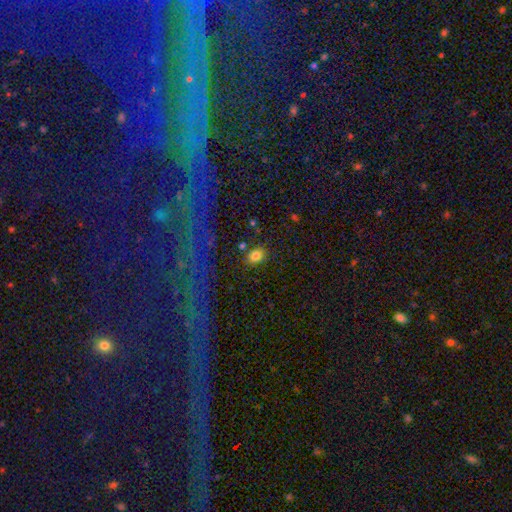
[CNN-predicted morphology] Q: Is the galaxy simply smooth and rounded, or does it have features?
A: smooth — 82%.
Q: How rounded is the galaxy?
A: in between — 57%.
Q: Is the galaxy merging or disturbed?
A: none — 82%.